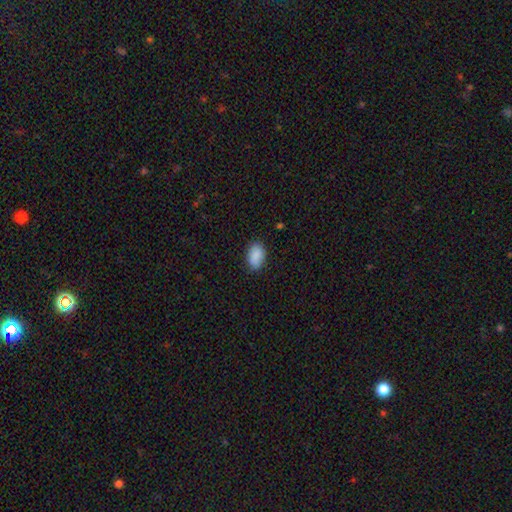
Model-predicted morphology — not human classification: Smooth or featured: smooth — 88% (star or artifact — 7%)
How rounded: in between — 88% (round — 11%)
Merging: none — 82% (minor disturbance — 14%)